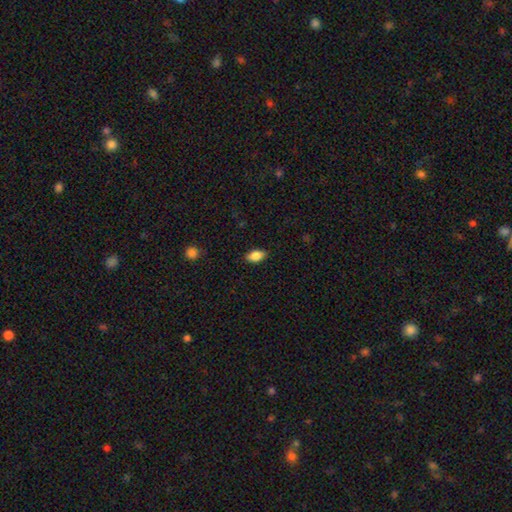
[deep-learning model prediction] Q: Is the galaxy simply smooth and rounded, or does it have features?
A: smooth — 87%.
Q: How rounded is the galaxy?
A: in between — 91%.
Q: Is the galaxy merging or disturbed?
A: none — 87%.